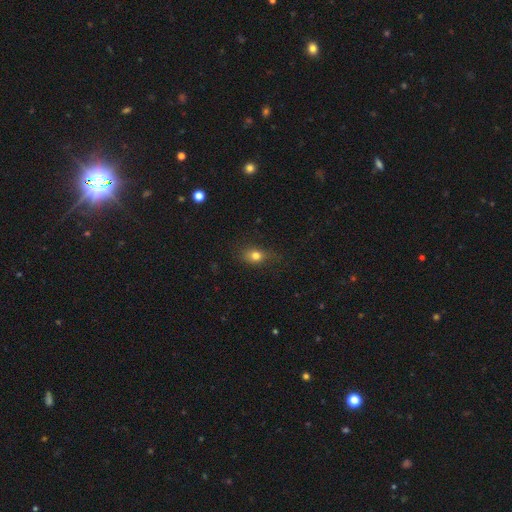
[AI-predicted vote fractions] This appears to be a smooth galaxy with no disk features (77%) that is in between round and cigar-shaped (58%). Merging: none (72%).